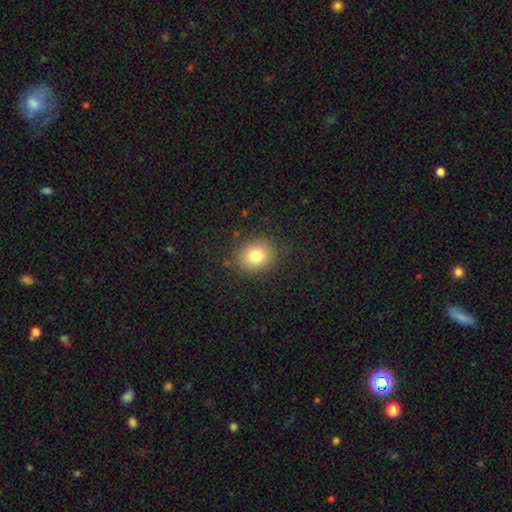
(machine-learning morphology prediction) Overall: smooth (79%). How rounded: round (66%; in between 33%). Merging: none (84%).